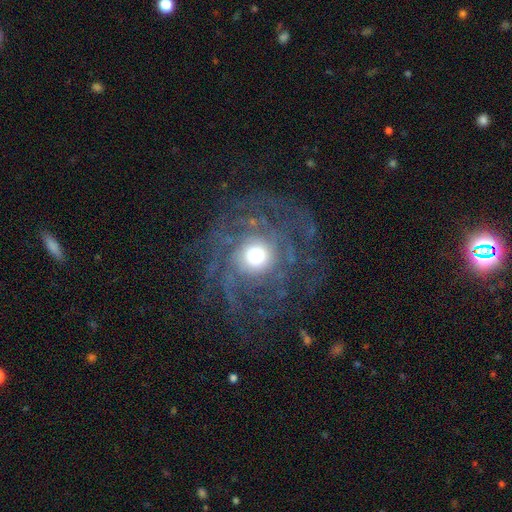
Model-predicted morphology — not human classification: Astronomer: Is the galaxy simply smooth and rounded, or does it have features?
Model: featured or disk — 83%.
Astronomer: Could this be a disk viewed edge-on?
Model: no — 97%.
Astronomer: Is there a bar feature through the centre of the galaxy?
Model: no — 82%.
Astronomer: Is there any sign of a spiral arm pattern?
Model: yes — 93%.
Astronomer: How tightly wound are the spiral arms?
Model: tight — 54% (runner-up: medium, 31%).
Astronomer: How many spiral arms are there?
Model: can't tell — 29% (runner-up: 3, 16%).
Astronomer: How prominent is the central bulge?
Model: large — 44% (runner-up: moderate, 43%).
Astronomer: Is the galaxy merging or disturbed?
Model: none — 72%.